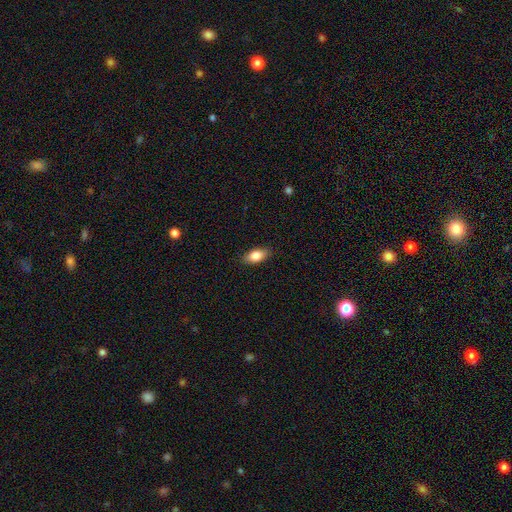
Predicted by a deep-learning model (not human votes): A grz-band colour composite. It shows a smooth galaxy with no disk features (83%) that is in between round and cigar-shaped (89%). Merging: none (88%).